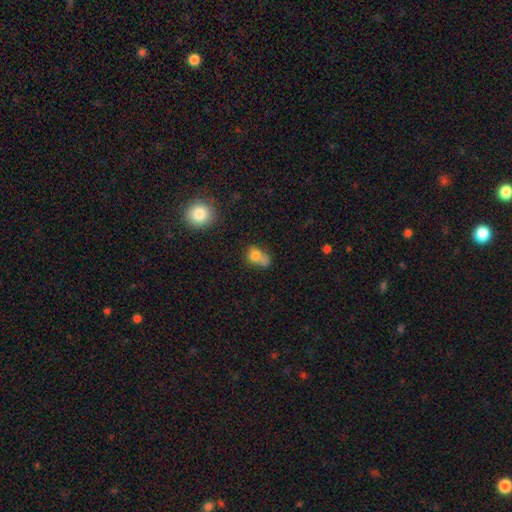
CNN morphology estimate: smooth_or_featured: smooth (p=0.74) [alt: featured or disk p=0.14]
how_rounded: round (p=0.50) [alt: in between p=0.48]
merging: merger (p=0.40) [alt: none p=0.31]